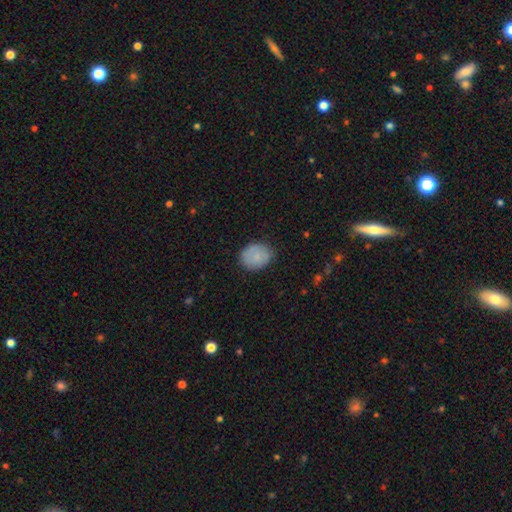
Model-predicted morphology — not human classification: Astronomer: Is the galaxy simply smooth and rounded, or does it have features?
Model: smooth — 79%.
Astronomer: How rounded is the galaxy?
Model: round — 51% (runner-up: in between, 48%).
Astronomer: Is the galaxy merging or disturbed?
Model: none — 82%.